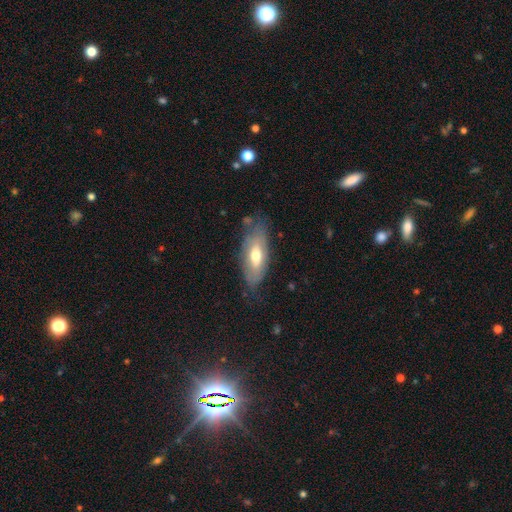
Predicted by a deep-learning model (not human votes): Morphology: type=smooth (52%); roundness=in between (79%); merging=none (68%).